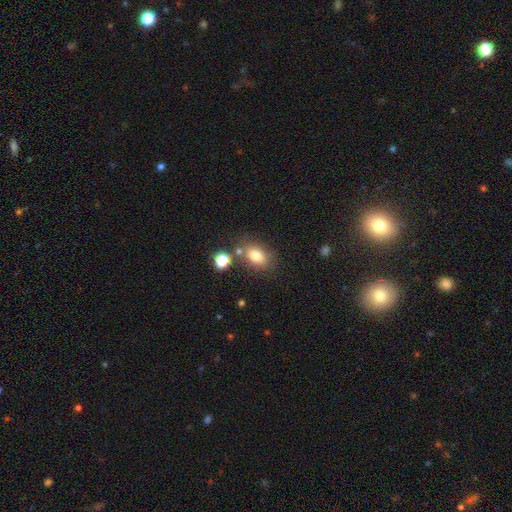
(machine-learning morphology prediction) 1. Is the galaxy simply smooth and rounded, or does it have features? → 80% smooth, 10% star or artifact, 9% featured or disk.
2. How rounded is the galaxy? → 81% in between, 17% round, 2% cigar-shaped.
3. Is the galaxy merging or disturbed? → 69% none, 14% minor disturbance, 12% merger, 5% major disturbance.